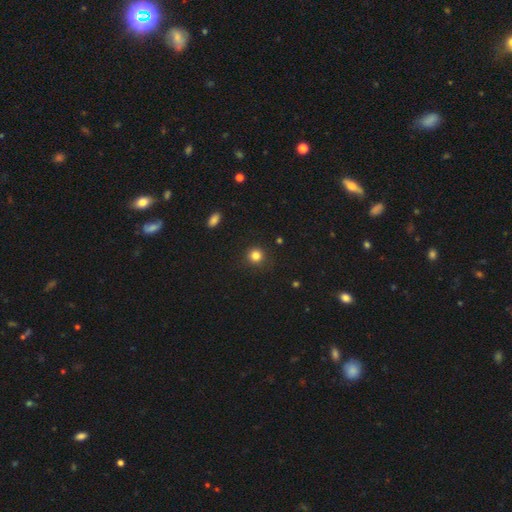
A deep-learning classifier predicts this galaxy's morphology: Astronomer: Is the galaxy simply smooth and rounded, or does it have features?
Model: smooth — 83%.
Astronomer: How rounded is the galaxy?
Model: round — 92%.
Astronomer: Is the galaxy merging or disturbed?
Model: none — 88%.